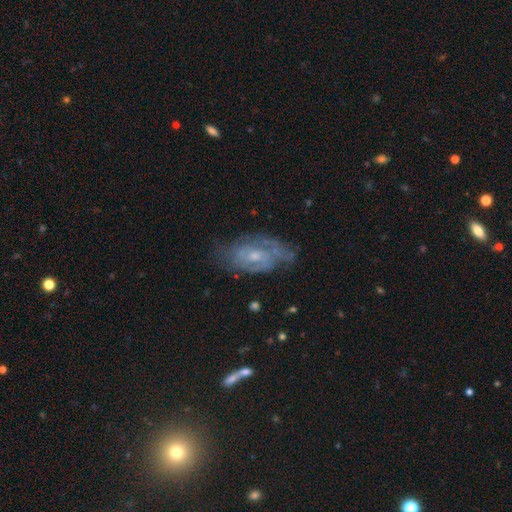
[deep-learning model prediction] A featured or disk galaxy (73%) with no bar (63%), tight (52%) spiral arms (79%) and a small central bulge (50%). Merging: none (60%).